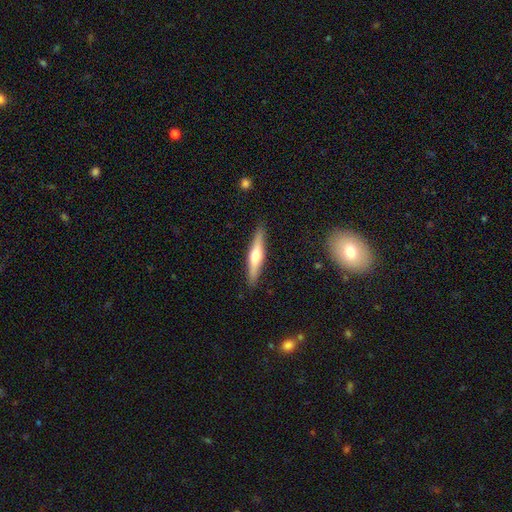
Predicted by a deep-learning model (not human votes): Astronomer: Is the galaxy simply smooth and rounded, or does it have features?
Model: featured or disk — 51% (runner-up: smooth, 43%).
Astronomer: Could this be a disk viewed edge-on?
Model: yes — 95%.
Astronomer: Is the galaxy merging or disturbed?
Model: none — 90%.